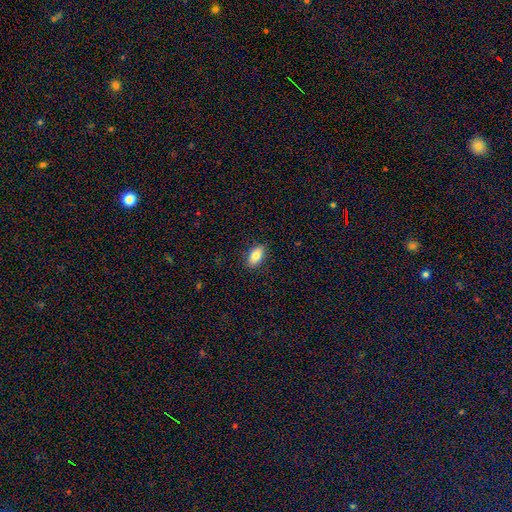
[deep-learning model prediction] A smooth galaxy with no disk features (82%) that is in between round and cigar-shaped (91%). Merging: none (87%).